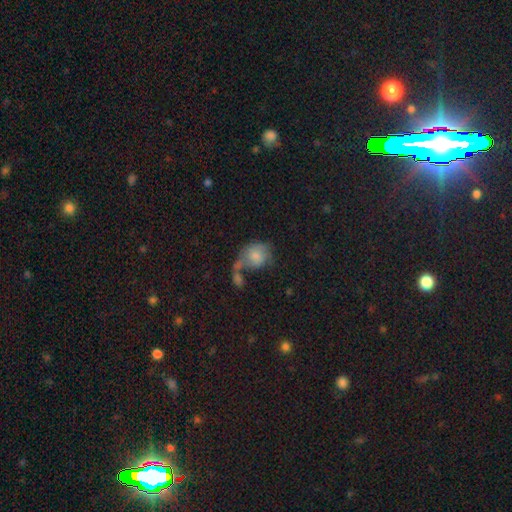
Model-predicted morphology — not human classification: Smooth or featured?
  - smooth: 70% *
  - featured or disk: 22%
  - star or artifact: 8%
How rounded?
  - round: 56% *
  - in between: 42%
  - cigar-shaped: 1%
Merging?
  - merger: 34% *
  - none: 25%
  - major disturbance: 24%
  - minor disturbance: 18%